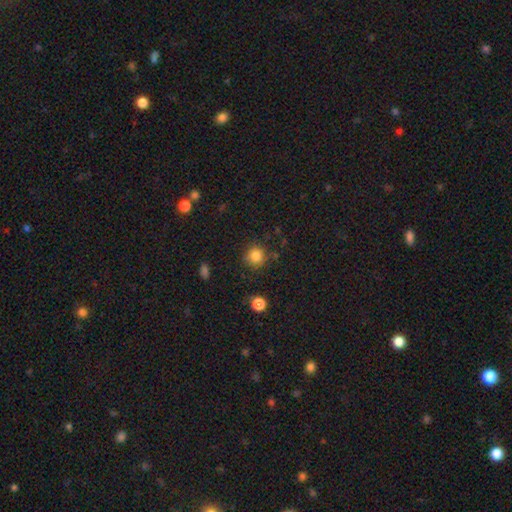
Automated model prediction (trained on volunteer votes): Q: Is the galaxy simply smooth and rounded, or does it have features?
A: smooth — 83%.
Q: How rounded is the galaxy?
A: round — 91%.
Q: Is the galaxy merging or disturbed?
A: none — 82%.